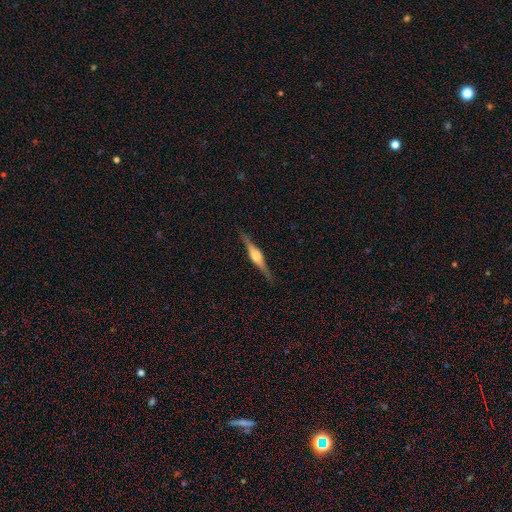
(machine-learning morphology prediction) A featured or disk galaxy (80%) viewed edge-on (98%) with a rounded central bulge (88%).

Vote fractions:
- Smooth or featured? featured or disk: 80% / smooth: 15% / star or artifact: 5%
- Edge-on disk? yes: 98% / no: 2%
- Edge-on bulge? rounded: 88% / boxy: 9% / none: 2%
- Merging? none: 90% / minor disturbance: 8% / major disturbance: 2% / merger: 1%